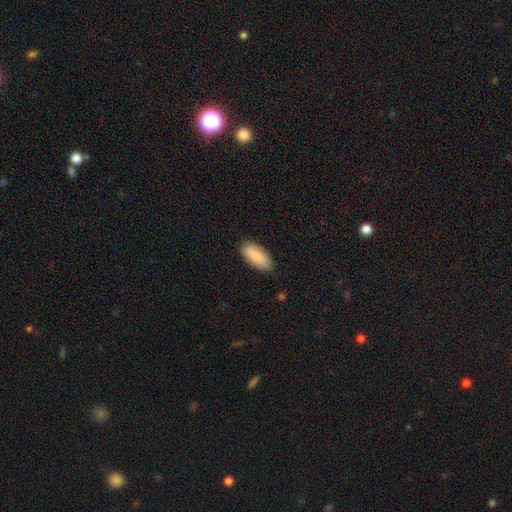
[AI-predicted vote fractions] Overall: smooth (86%). How rounded: in between (80%). Merging: none (86%).